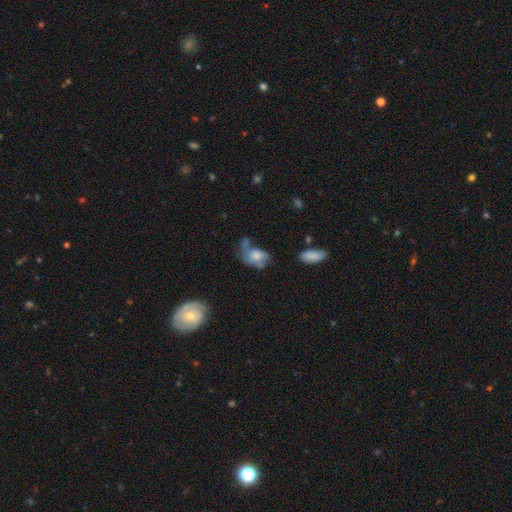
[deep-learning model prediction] This appears to be a smooth galaxy with no disk features (59%) that is in between round and cigar-shaped (83%). Merging: none (29%).